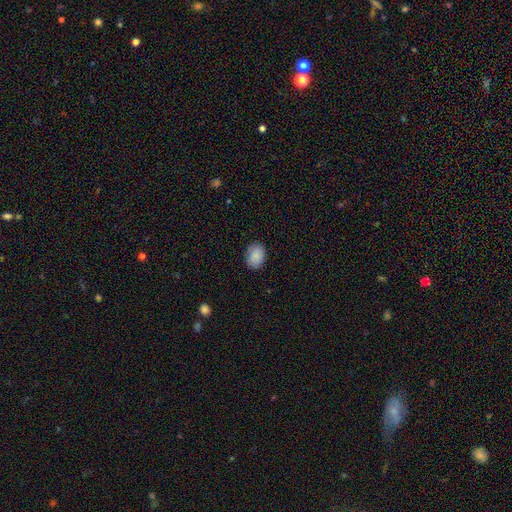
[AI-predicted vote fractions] Smooth or featured? smooth (88%)
How rounded? in between (75%)
Merging? none (86%)